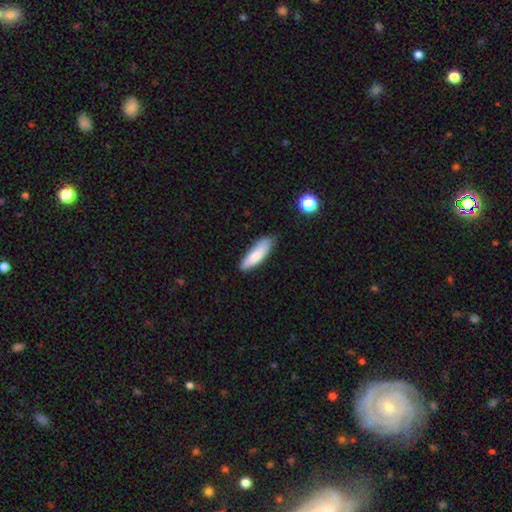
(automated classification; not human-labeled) Overall: smooth (79%). How rounded: cigar-shaped (50%; in between 49%). Merging: none (75%).